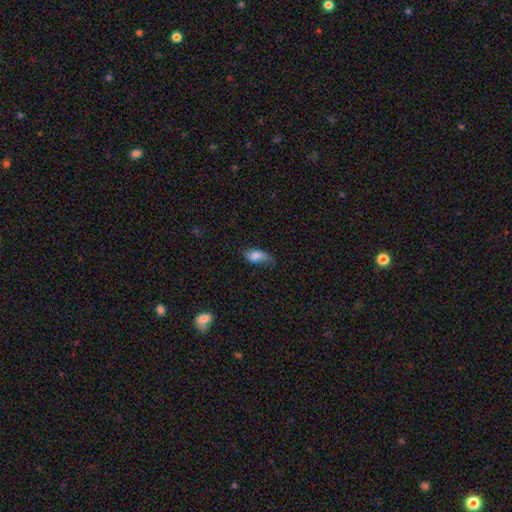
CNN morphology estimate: Smooth or featured? smooth (64%)
How rounded? in between (85%)
Merging? none (42%)